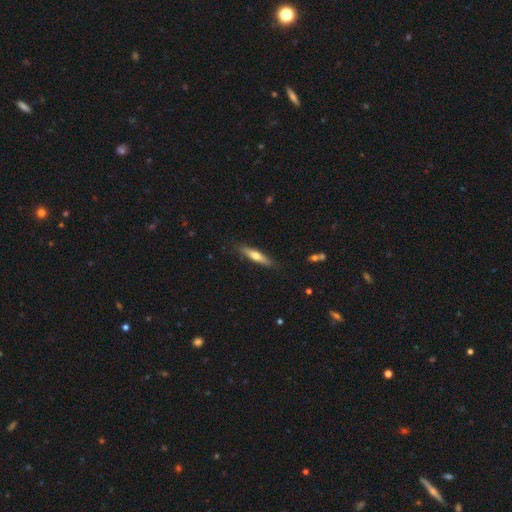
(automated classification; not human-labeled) smooth-or-featured: smooth: 55% | featured or disk: 39% | star or artifact: 6%
  how-rounded: cigar-shaped: 83% | in between: 16% | round: 2%
  merging: none: 86% | minor disturbance: 10% | major disturbance: 2% | merger: 1%